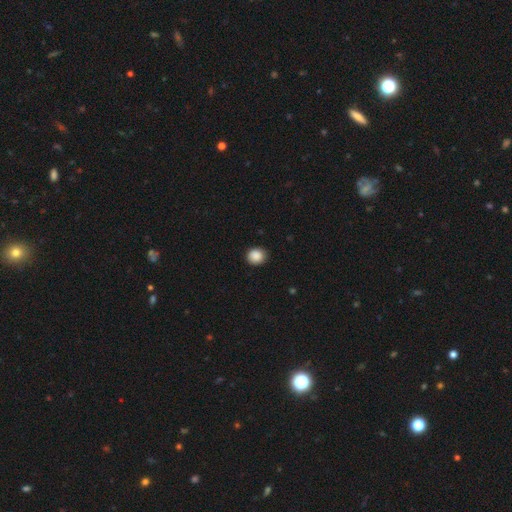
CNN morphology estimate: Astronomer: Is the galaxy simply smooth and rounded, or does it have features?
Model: smooth — 89%.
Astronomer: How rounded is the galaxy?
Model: round — 81%.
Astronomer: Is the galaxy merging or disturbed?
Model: none — 89%.